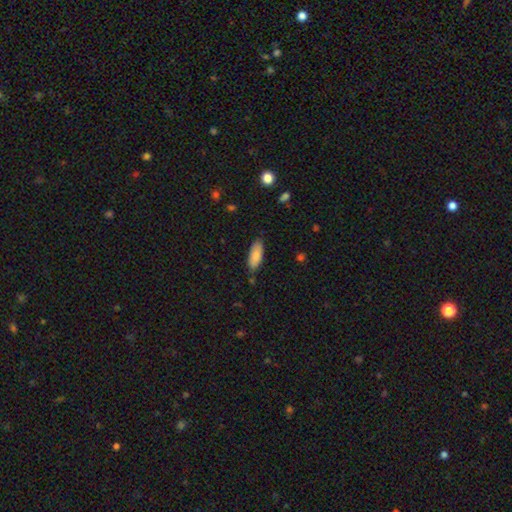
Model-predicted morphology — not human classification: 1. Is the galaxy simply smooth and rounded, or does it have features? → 85% smooth, 9% featured or disk, 6% star or artifact.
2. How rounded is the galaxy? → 77% in between, 21% cigar-shaped, 2% round.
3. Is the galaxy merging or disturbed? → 79% none, 16% minor disturbance, 3% major disturbance, 2% merger.